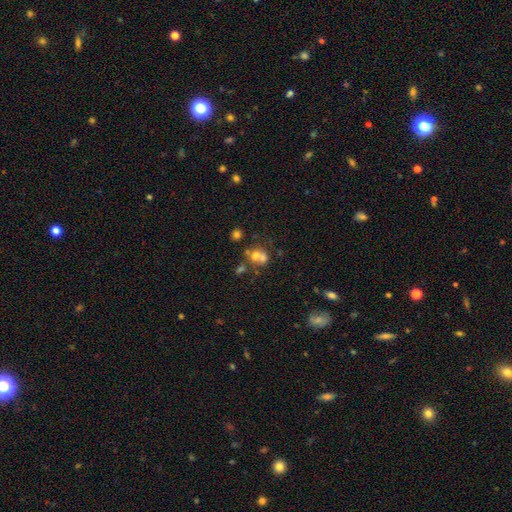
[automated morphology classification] smooth-or-featured: smooth: 60% | featured or disk: 25% | star or artifact: 15%
  how-rounded: round: 67% | in between: 32% | cigar-shaped: 1%
  merging: merger: 51% | none: 33% | minor disturbance: 10% | major disturbance: 7%